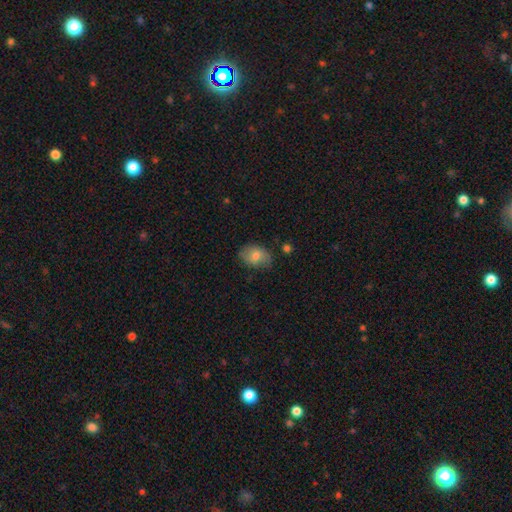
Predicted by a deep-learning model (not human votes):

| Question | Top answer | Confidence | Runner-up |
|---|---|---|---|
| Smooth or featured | smooth | 64% | featured or disk (27%) |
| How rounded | in between | 76% | round (23%) |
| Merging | none | 72% | minor disturbance (21%) |